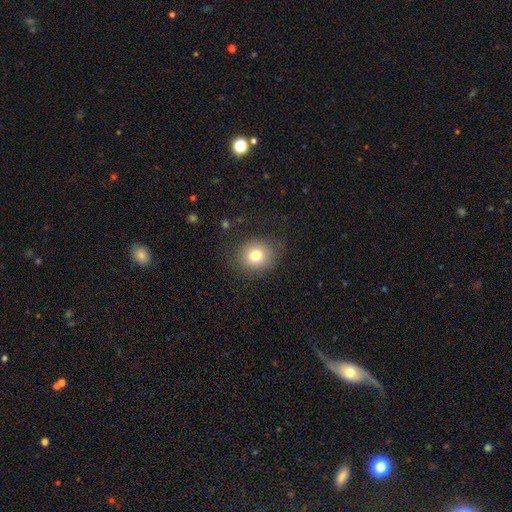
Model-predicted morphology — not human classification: The model was most divided on "how rounded": round: 79%, in between: 20%, cigar-shaped: 1%. More confident: merging — none (83%); smooth or featured — smooth (77%).